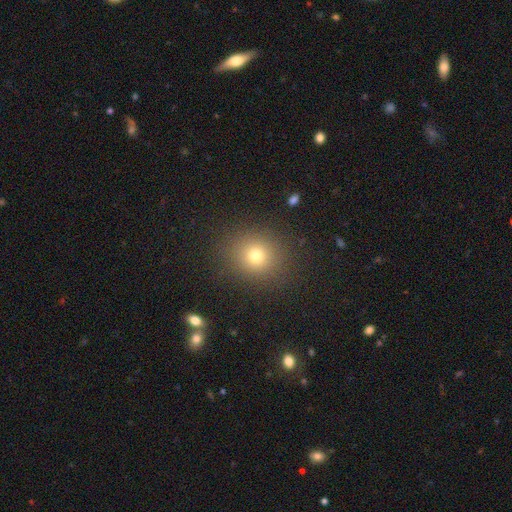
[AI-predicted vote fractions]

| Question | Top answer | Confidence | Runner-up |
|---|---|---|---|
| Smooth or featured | smooth | 74% | star or artifact (18%) |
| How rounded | round | 81% | in between (18%) |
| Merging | none | 88% | minor disturbance (7%) |